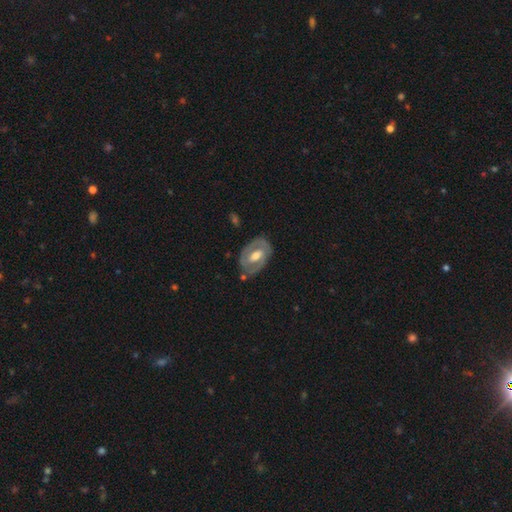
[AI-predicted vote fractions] Overall: featured or disk (67%; smooth 28%). Edge-on disk: no (93%). Bar: weak (42%; no 33%). Spiral arms: no (51%; yes 49%). Bulge size: moderate (65%). Merging: none (72%).